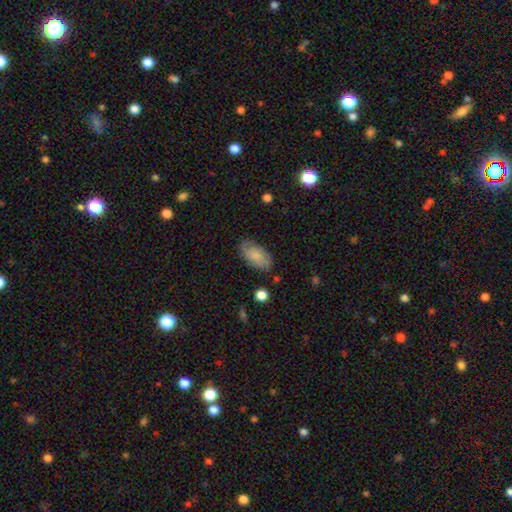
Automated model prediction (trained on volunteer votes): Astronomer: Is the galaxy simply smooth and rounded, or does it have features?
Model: smooth — 66%.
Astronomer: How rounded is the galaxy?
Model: in between — 93%.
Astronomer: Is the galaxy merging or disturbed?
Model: none — 76%.